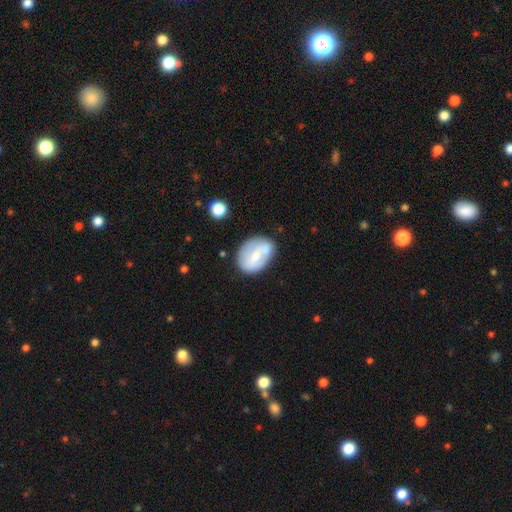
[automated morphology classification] type=smooth (47%, tied with featured or disk); merging=none (66%).